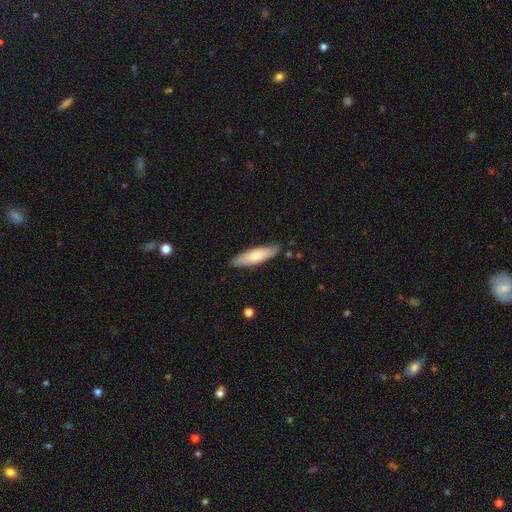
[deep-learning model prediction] Smooth or featured? Predicted: smooth (p=0.67). How rounded? Predicted: cigar-shaped (p=0.61). Merging? Predicted: none (p=0.84).